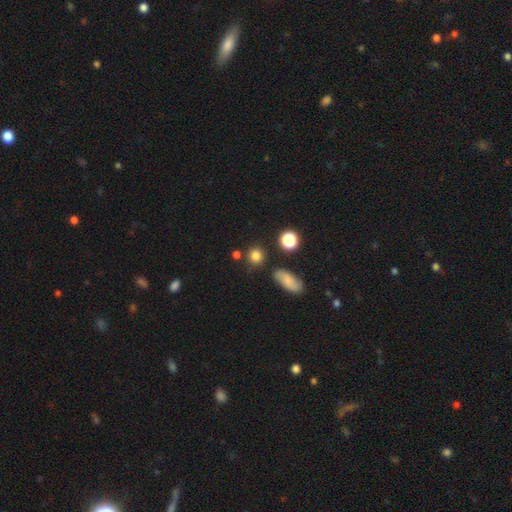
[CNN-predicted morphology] Smooth or featured: smooth — 80% (star or artifact — 14%)
How rounded: round — 84% (in between — 15%)
Merging: none — 79% (minor disturbance — 11%)